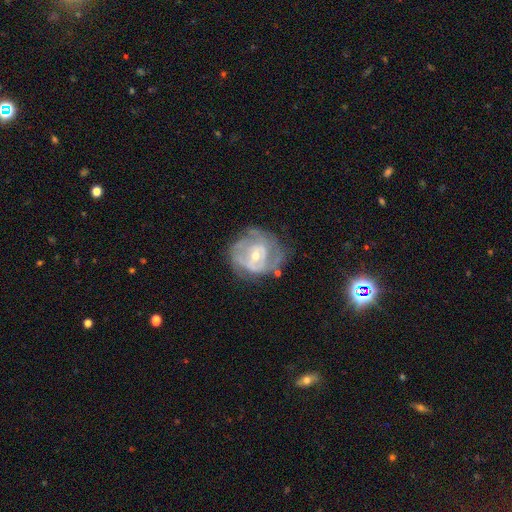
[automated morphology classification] A featured or disk galaxy (77%) with no bar (50%), tight (56%) spiral arms (72%) and a small central bulge (51%).

Vote fractions:
- Smooth or featured? featured or disk: 77% / smooth: 16% / star or artifact: 7%
- Edge-on disk? no: 97% / yes: 3%
- Bar? no: 50% / weak: 37% / strong: 13%
- Spiral arms? yes: 72% / no: 28%
- Spiral winding? tight: 56% / medium: 32% / loose: 12%
- Spiral arm count? can't tell: 42% / 2: 33% / 3: 12% / 1: 6% / 4: 4% / more than 4: 3%
- Bulge size? small: 51% / moderate: 45% / large: 2% / none: 1% / dominant: 1%
- Merging? none: 55% / minor disturbance: 24% / major disturbance: 18% / merger: 3%